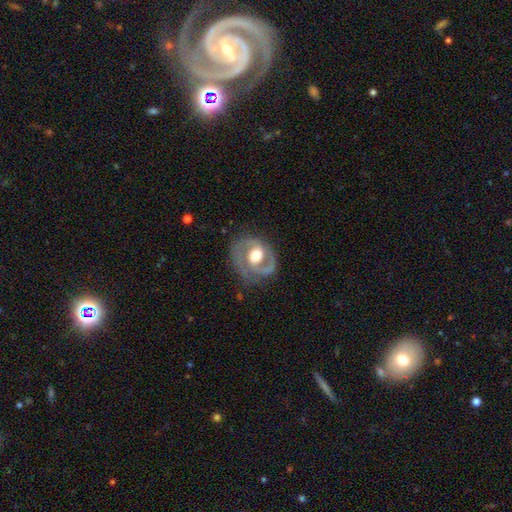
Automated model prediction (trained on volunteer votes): Q: Smooth or featured?
A: featured or disk (82%); runner-up: smooth (13%)
Q: Edge-on disk?
A: no (97%); runner-up: yes (3%)
Q: Bar?
A: no (49%); runner-up: weak (37%)
Q: Spiral arms?
A: yes (87%); runner-up: no (13%)
Q: Spiral winding?
A: medium (47%); runner-up: tight (36%)
Q: Spiral arm count?
A: 2 (81%); runner-up: 1 (9%)
Q: Bulge size?
A: moderate (58%); runner-up: large (33%)
Q: Merging?
A: none (69%); runner-up: minor disturbance (19%)